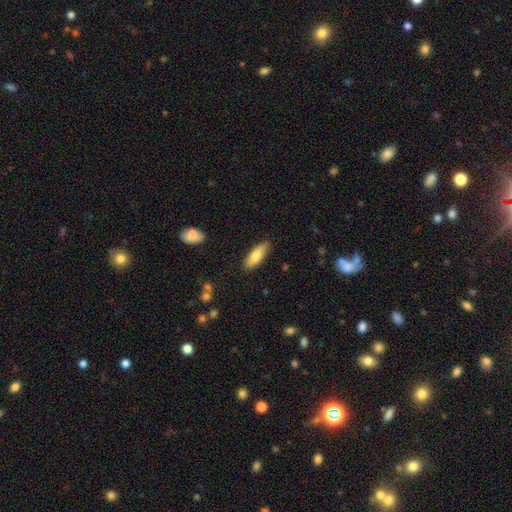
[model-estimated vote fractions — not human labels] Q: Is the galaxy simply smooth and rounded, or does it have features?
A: smooth — 76%.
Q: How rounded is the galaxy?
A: in between — 62%.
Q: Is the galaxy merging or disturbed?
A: none — 85%.